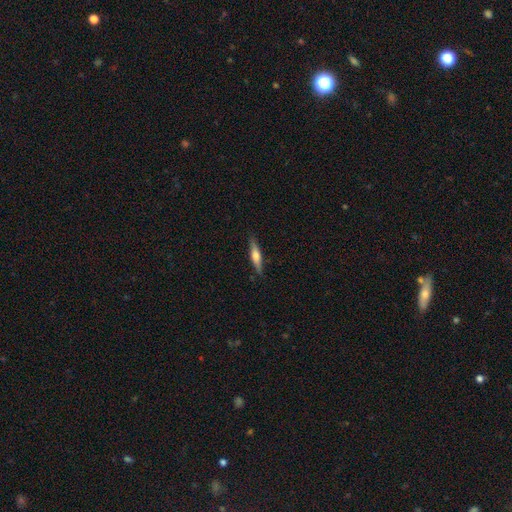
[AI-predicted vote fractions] Smooth or featured: featured or disk — 52% (smooth — 42%)
Edge-on disk: yes — 95% (no — 5%)
Merging: none — 87% (minor disturbance — 10%)